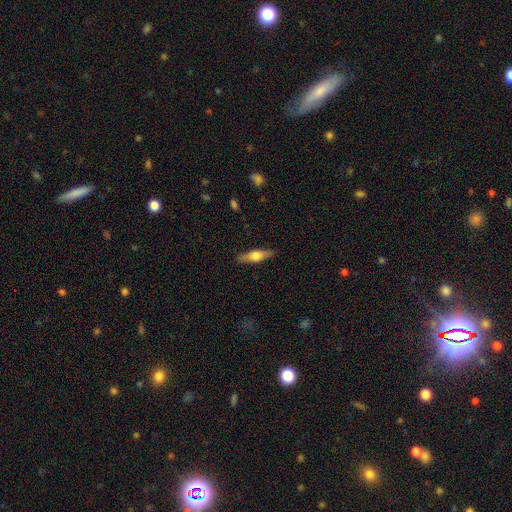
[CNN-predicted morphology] Q: Smooth or featured?
A: smooth (48%); runner-up: featured or disk (46%)
Q: Merging?
A: none (87%); runner-up: minor disturbance (9%)